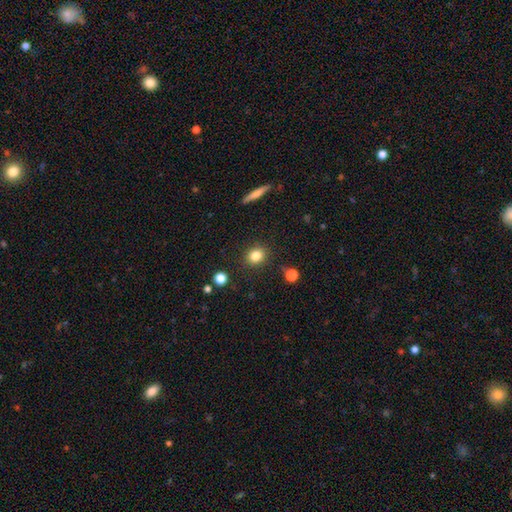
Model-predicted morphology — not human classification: smooth 82%, star or artifact 11%, featured or disk 7%. Down the decision tree: how rounded — round (70%); merging — none (89%).